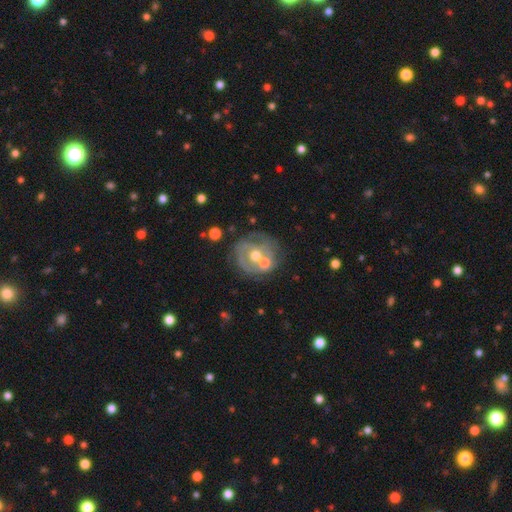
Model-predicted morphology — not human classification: smooth_or_featured: featured or disk (p=0.58) [alt: smooth p=0.34]
disk_edge_on: no (p=0.97) [alt: yes p=0.03]
bar: no (p=0.84) [alt: weak p=0.13]
has_spiral_arms: no (p=0.62) [alt: yes p=0.38]
bulge_size: moderate (p=0.76) [alt: small p=0.14]
merging: none (p=0.39) [alt: merger p=0.37]